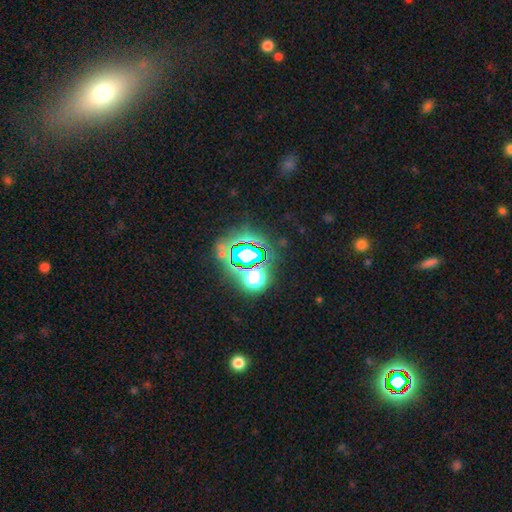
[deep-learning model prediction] A star or artifact, not a galaxy (76%).

Vote fractions:
- Smooth or featured? star or artifact: 76% / smooth: 16% / featured or disk: 9%